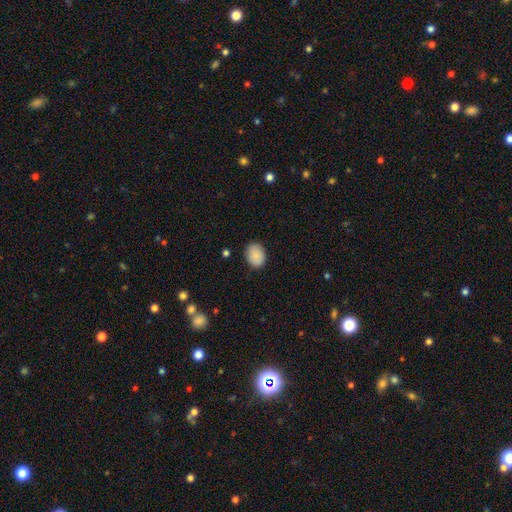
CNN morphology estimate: A smooth galaxy with no disk features (88%) that is in between round and cigar-shaped (60%).

Vote fractions:
- Smooth or featured? smooth: 88% / star or artifact: 7% / featured or disk: 4%
- How rounded? in between: 60% / round: 39% / cigar-shaped: 1%
- Merging? none: 86% / minor disturbance: 10% / major disturbance: 2% / merger: 1%